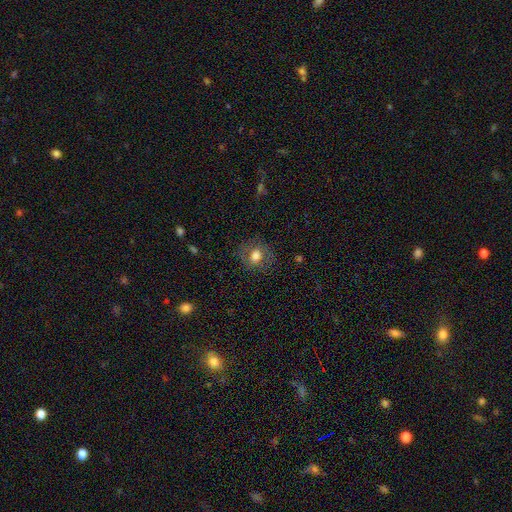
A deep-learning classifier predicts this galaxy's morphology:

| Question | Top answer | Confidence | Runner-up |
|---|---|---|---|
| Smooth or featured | smooth | 68% | featured or disk (22%) |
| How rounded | round | 68% | in between (31%) |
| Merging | none | 80% | minor disturbance (13%) |